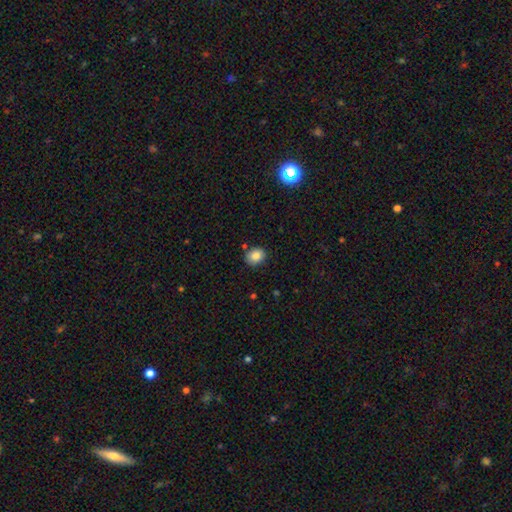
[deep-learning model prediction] Smooth or featured?
  - smooth: 84% *
  - star or artifact: 9%
  - featured or disk: 6%
How rounded?
  - round: 61% *
  - in between: 38%
  - cigar-shaped: 1%
Merging?
  - none: 81% *
  - minor disturbance: 12%
  - merger: 4%
  - major disturbance: 3%